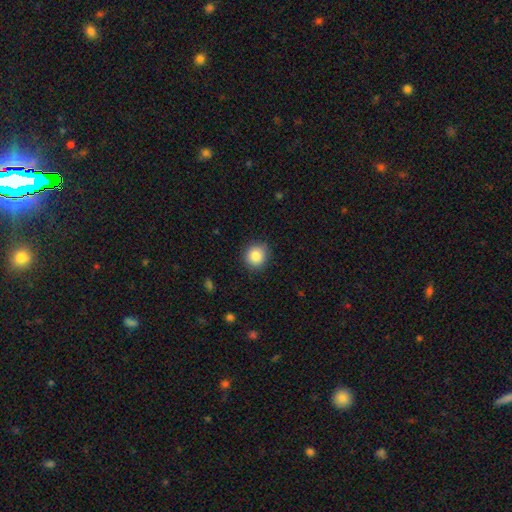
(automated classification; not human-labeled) Q: Smooth or featured?
A: smooth (85%); runner-up: star or artifact (9%)
Q: How rounded?
A: round (89%); runner-up: in between (10%)
Q: Merging?
A: none (88%); runner-up: minor disturbance (9%)